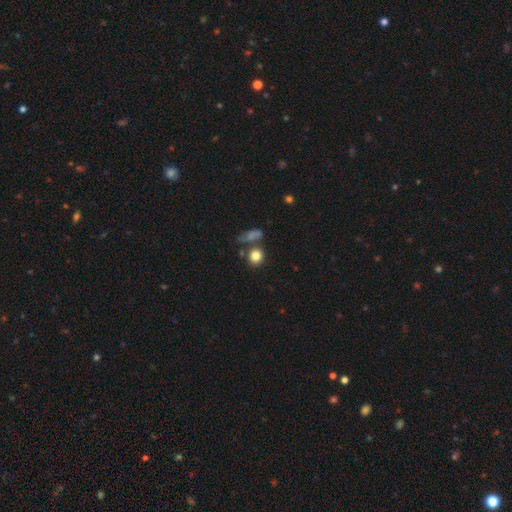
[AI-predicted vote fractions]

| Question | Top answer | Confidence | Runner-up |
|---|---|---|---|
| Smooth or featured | smooth | 81% | star or artifact (11%) |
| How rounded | round | 84% | in between (14%) |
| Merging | none | 67% | merger (17%) |